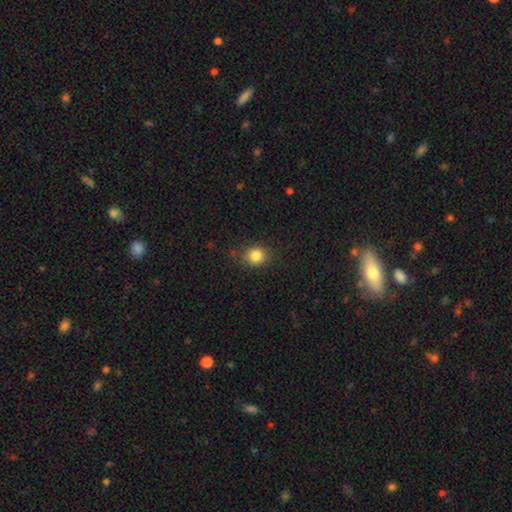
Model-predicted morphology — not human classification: Smooth or featured? smooth (84%)
How rounded? round (82%)
Merging? none (82%)